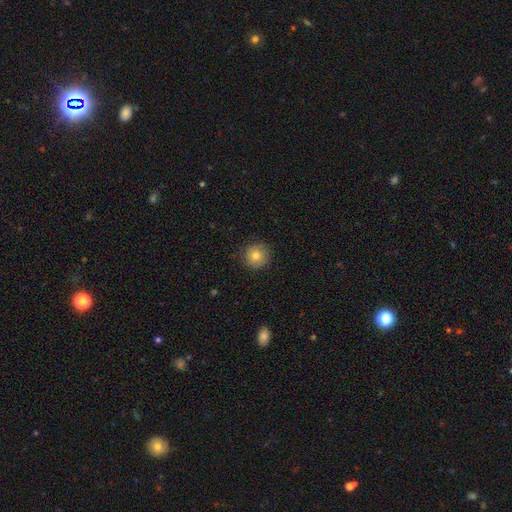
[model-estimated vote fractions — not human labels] smooth-or-featured: smooth: 78% | featured or disk: 12% | star or artifact: 10%
  how-rounded: round: 94% | in between: 5% | cigar-shaped: 1%
  merging: none: 85% | minor disturbance: 11% | major disturbance: 3% | merger: 1%